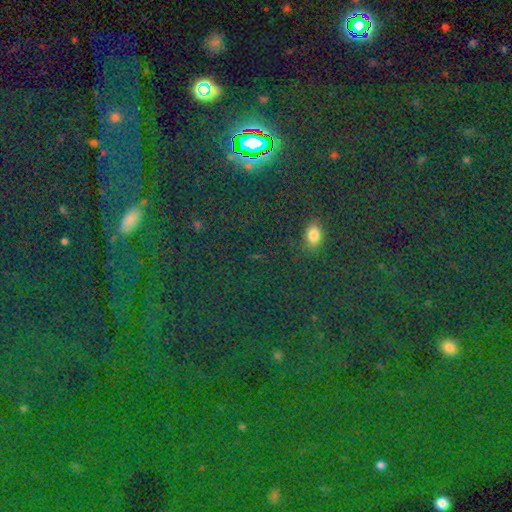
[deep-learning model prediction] Smooth or featured: star or artifact — 67% (smooth — 25%)